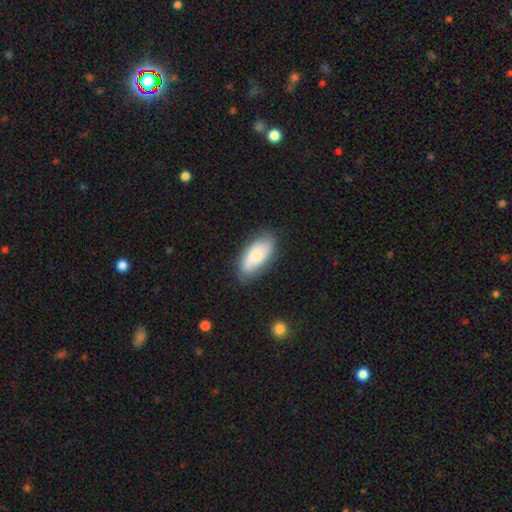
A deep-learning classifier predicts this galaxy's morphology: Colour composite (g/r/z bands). It shows a smooth galaxy with no disk features (67%) that is in between round and cigar-shaped (88%). Merging: none (75%).